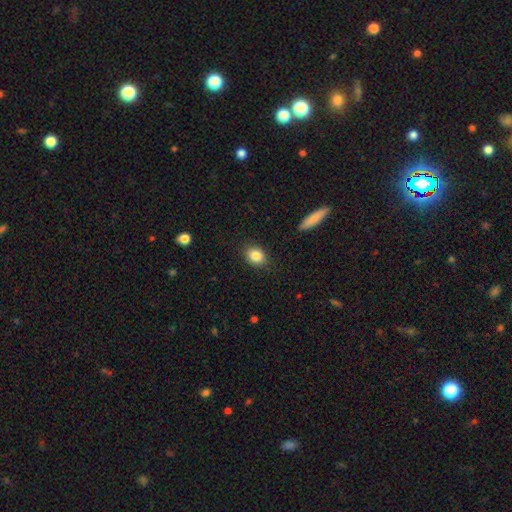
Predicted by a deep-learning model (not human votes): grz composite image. It shows a smooth galaxy with no disk features (84%) that is in between round and cigar-shaped (55%). Merging: none (87%).